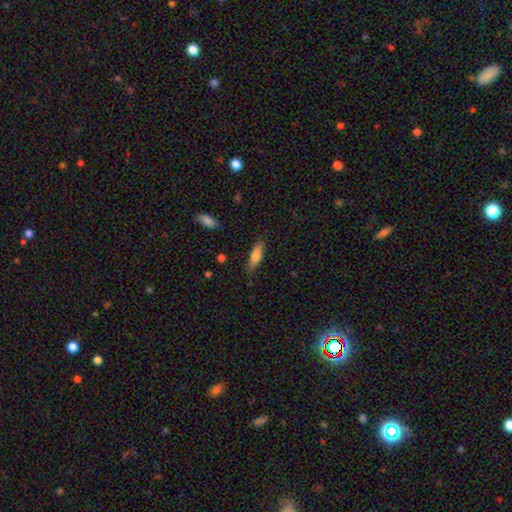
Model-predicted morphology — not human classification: The model was most divided on "how rounded": cigar-shaped: 56%, in between: 42%, round: 2%. More confident: merging — none (82%); smooth or featured — smooth (75%).